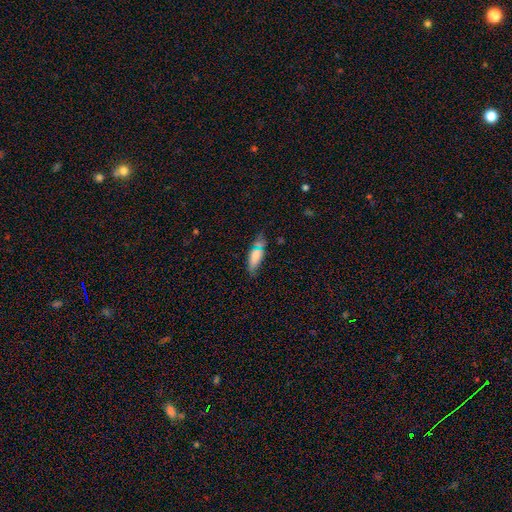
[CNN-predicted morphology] Smooth or featured: smooth — 72% (featured or disk — 17%)
How rounded: in between — 66% (cigar-shaped — 30%)
Merging: none — 58% (minor disturbance — 25%)